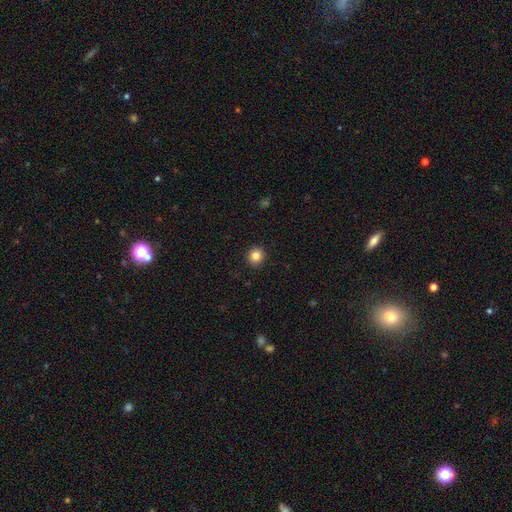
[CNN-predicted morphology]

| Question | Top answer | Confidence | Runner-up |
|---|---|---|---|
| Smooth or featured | smooth | 85% | star or artifact (10%) |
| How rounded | round | 91% | in between (8%) |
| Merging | none | 92% | minor disturbance (6%) |